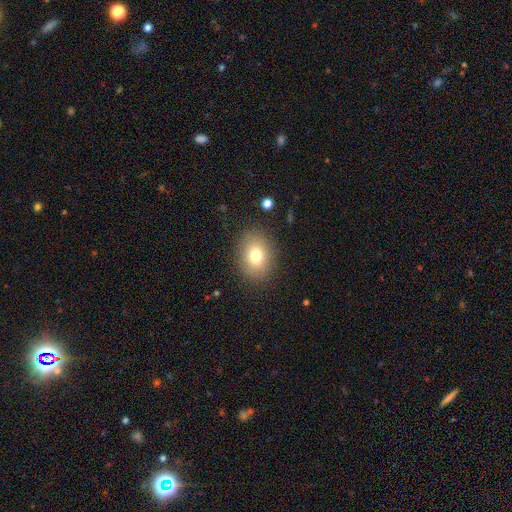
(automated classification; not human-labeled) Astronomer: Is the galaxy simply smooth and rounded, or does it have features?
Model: smooth — 76%.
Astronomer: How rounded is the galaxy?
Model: in between — 58% (runner-up: round, 41%).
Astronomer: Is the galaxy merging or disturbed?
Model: none — 86%.